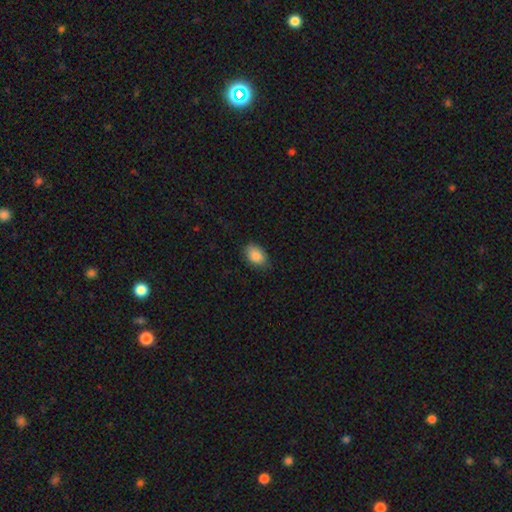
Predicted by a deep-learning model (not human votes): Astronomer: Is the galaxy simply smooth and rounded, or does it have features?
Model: smooth — 87%.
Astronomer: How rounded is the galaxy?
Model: in between — 85%.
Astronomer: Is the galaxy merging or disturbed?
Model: none — 78%.